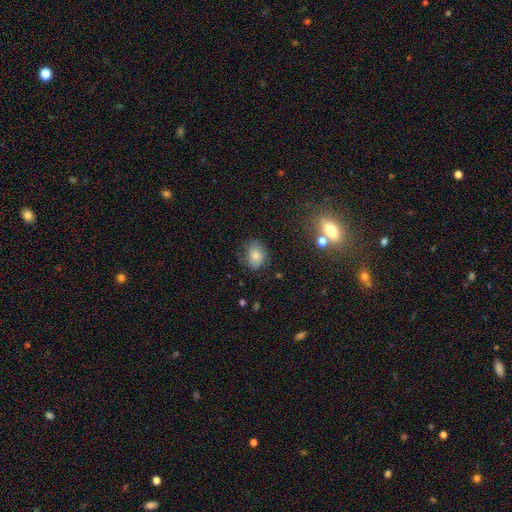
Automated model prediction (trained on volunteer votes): Smooth or featured? smooth (75%)
How rounded? in between (63%)
Merging? none (68%)